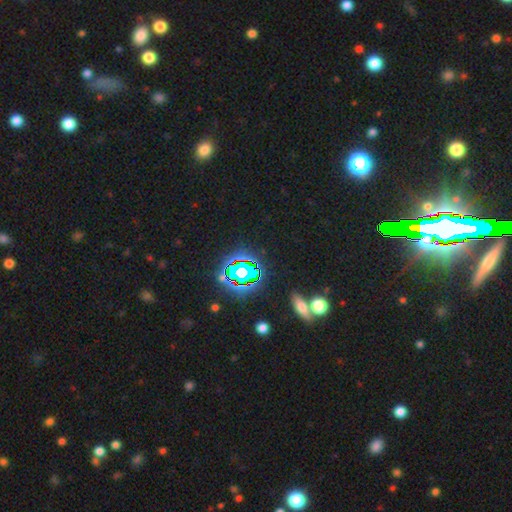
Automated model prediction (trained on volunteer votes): A star or artifact, not a galaxy (81%).

Vote fractions:
- Smooth or featured? star or artifact: 81% / smooth: 11% / featured or disk: 8%